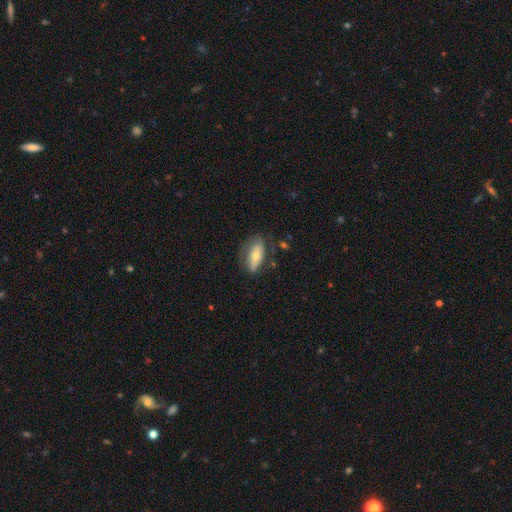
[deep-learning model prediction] Smooth or featured?
  - smooth: 58% *
  - featured or disk: 35%
  - star or artifact: 7%
How rounded?
  - in between: 79% *
  - cigar-shaped: 17%
  - round: 4%
Merging?
  - none: 63% *
  - minor disturbance: 24%
  - major disturbance: 10%
  - merger: 3%